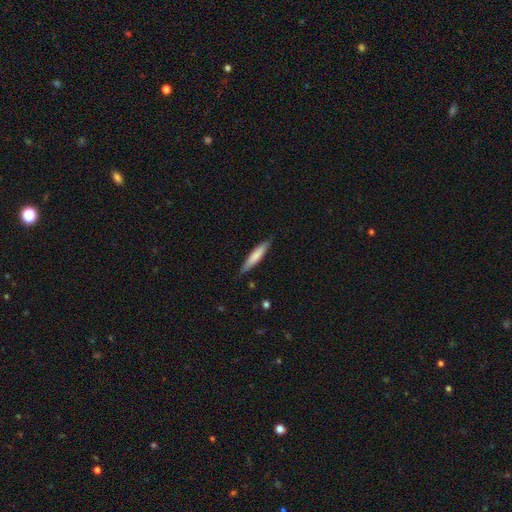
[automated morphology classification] smooth 70%, featured or disk 25%, star or artifact 5%. Down the decision tree: how rounded — cigar-shaped (89%); merging — none (86%).